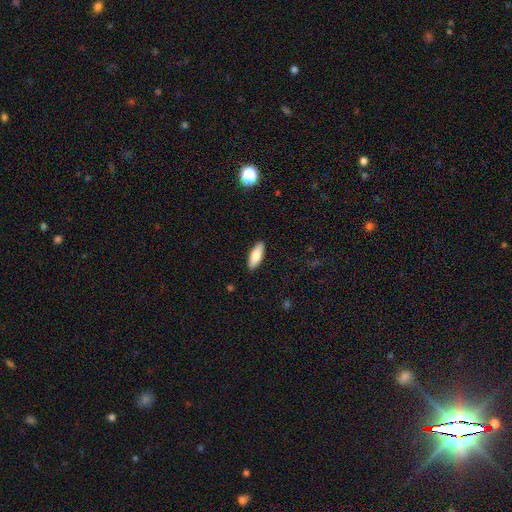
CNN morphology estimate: This is likely a smooth galaxy (77%). How rounded: likely in between (72%). Merging: clearly none (90%).